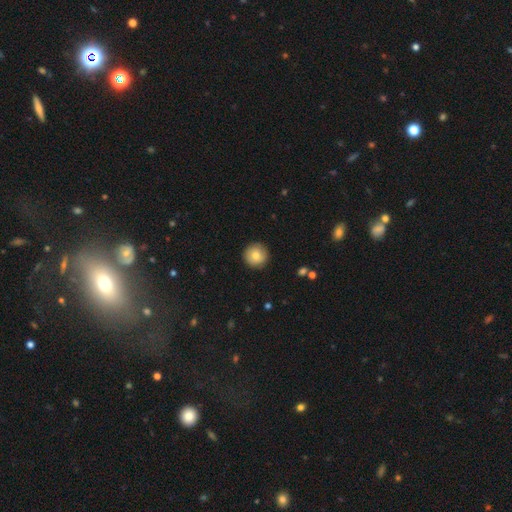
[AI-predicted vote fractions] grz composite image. It shows a smooth galaxy with no disk features (79%) that is round (96%). Merging: none (90%).